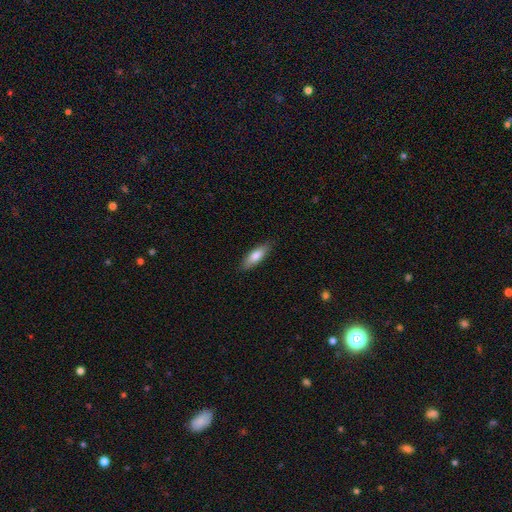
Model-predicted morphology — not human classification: smooth-or-featured: smooth: 80% | featured or disk: 15% | star or artifact: 6%
  how-rounded: in between: 59% | cigar-shaped: 39% | round: 2%
  merging: none: 85% | minor disturbance: 12% | major disturbance: 2% | merger: 1%